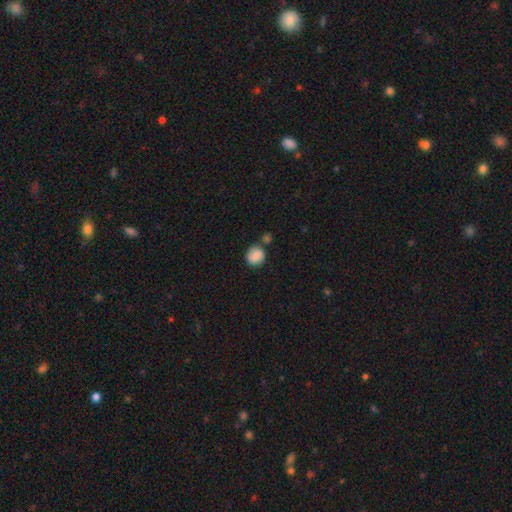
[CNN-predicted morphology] This is clearly a smooth galaxy (81%). How rounded: likely round (77%). Merging: likely none (60%).